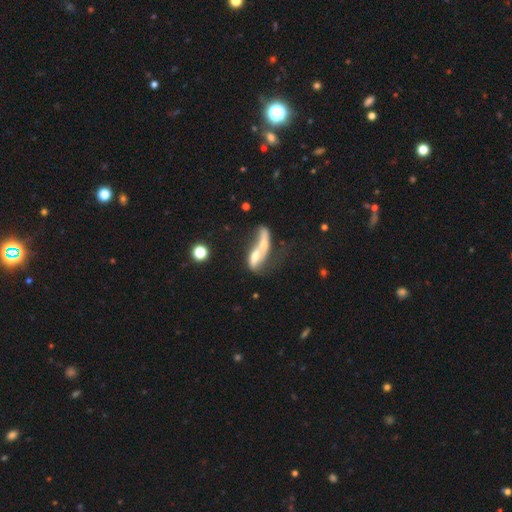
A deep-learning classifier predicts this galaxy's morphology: type=featured or disk (46%); merging=merger (73%).